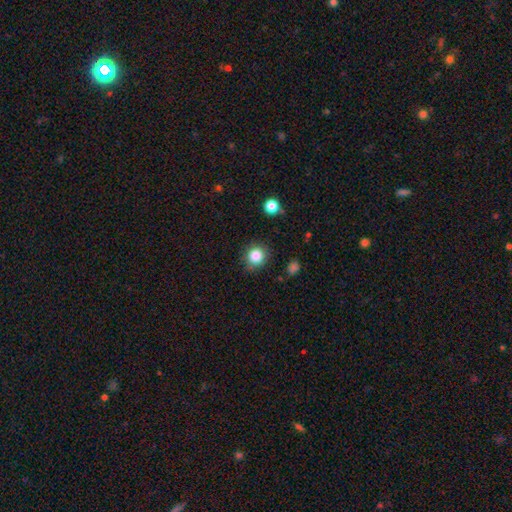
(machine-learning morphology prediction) Overall: smooth (84%). How rounded: round (87%). Merging: none (82%).